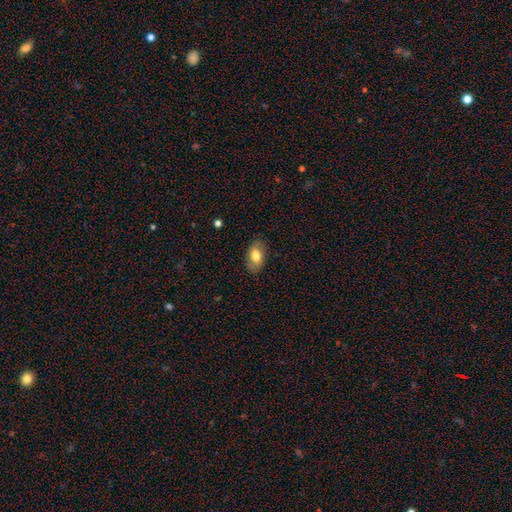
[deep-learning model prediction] Smooth or featured? smooth (74%)
How rounded? in between (91%)
Merging? none (84%)